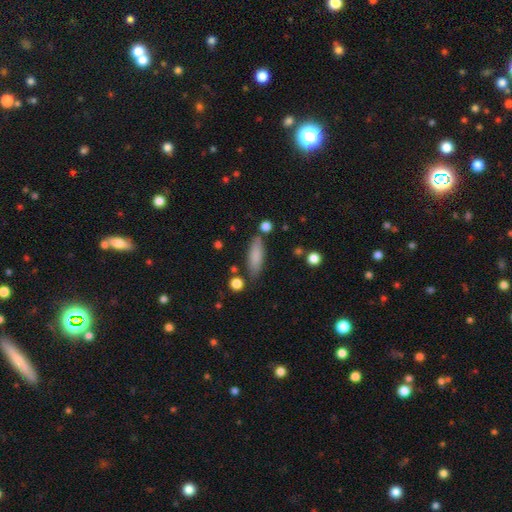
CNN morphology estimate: The model was most divided on "how rounded": in between: 53%, cigar-shaped: 45%, round: 2%. More confident: smooth or featured — smooth (82%); merging — none (77%).